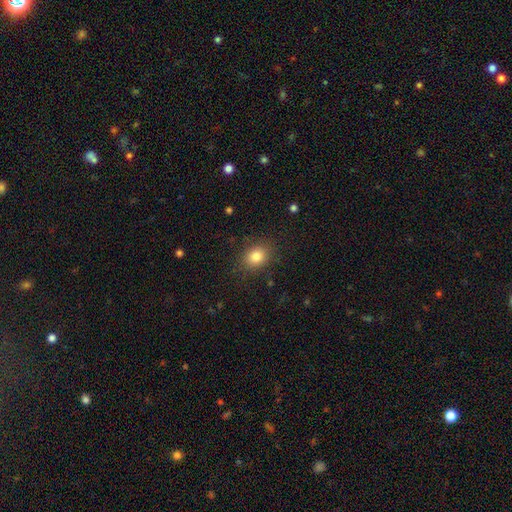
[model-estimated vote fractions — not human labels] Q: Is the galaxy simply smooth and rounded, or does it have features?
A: smooth — 82%.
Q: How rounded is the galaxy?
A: in between — 54%.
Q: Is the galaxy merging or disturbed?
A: none — 85%.